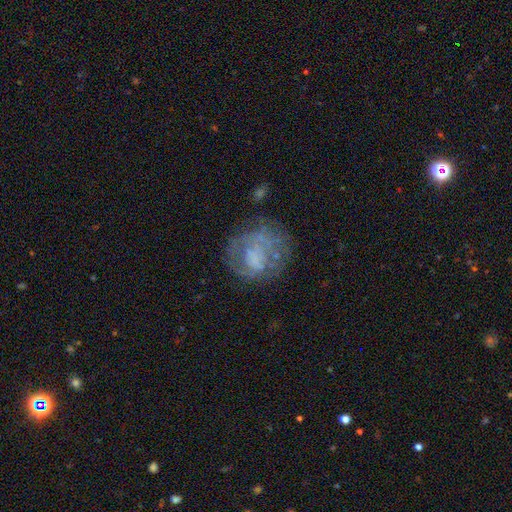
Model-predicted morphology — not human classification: Q: Smooth or featured?
A: featured or disk (54%); runner-up: smooth (34%)
Q: Edge-on disk?
A: no (98%); runner-up: yes (2%)
Q: Bar?
A: no (81%); runner-up: weak (15%)
Q: Spiral arms?
A: no (67%); runner-up: yes (33%)
Q: Bulge size?
A: none (57%); runner-up: moderate (17%)
Q: Merging?
A: none (55%); runner-up: minor disturbance (21%)